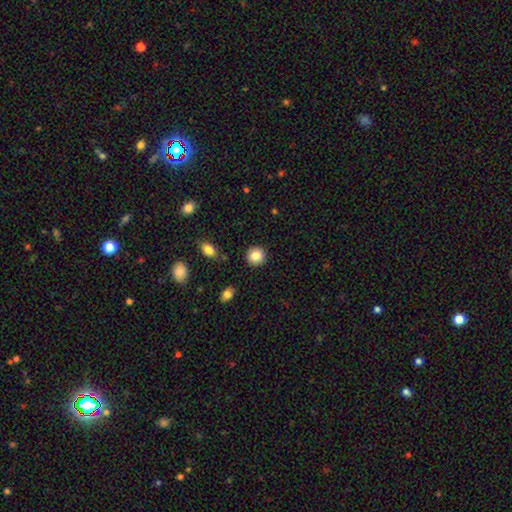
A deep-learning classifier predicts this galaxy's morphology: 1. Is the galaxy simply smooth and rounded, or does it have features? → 85% smooth, 9% star or artifact, 6% featured or disk.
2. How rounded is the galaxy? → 89% round, 10% in between, 1% cigar-shaped.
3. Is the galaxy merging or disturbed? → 91% none, 6% minor disturbance, 2% major disturbance, 2% merger.